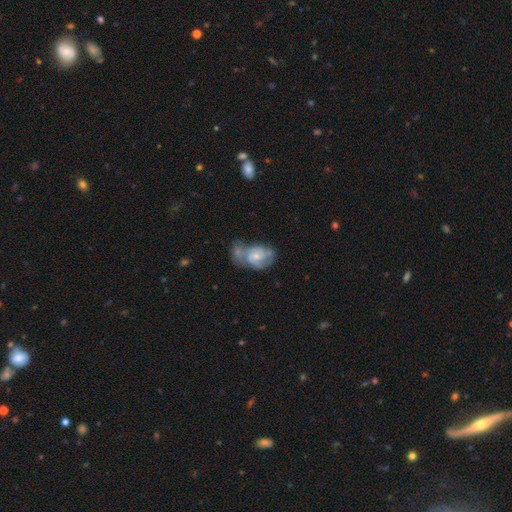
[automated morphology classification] Smooth or featured? featured or disk (74%)
Edge-on disk? no (98%)
Bar? no (60%)
Spiral arms? yes (88%)
Spiral winding? medium (44%)
Spiral arm count? 2 (62%)
Bulge size? small (54%)
Merging? merger (36%)